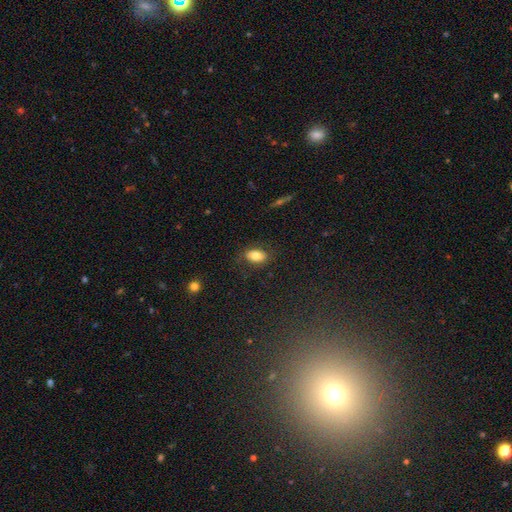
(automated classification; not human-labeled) Smooth or featured? Predicted: smooth (p=0.78). How rounded? Predicted: in between (p=0.88). Merging? Predicted: none (p=0.81).